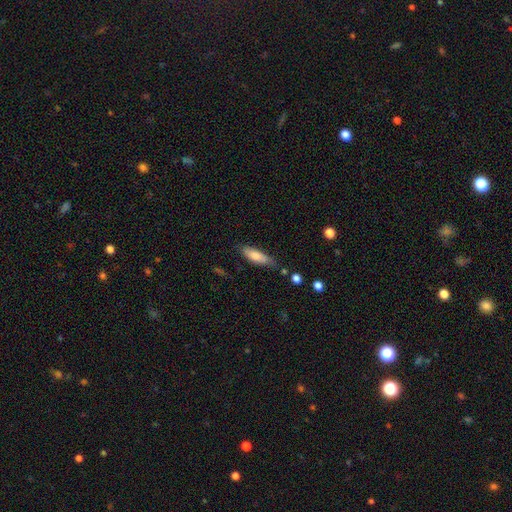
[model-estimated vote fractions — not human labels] The model was most divided on "how rounded": cigar-shaped: 52%, in between: 47%, round: 2%. More confident: smooth or featured — smooth (77%); merging — none (64%).